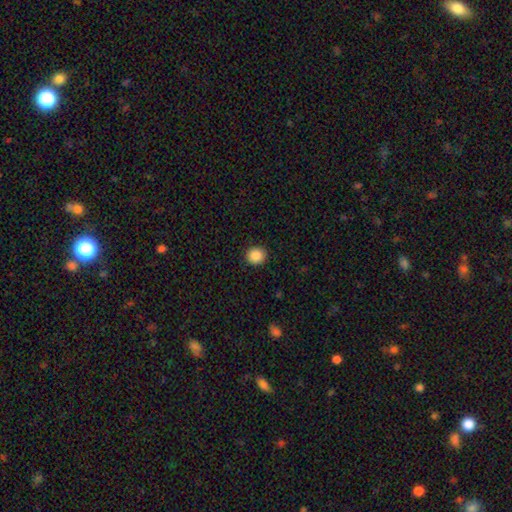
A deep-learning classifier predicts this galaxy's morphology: type=smooth (88%); roundness=round (88%); merging=none (92%).